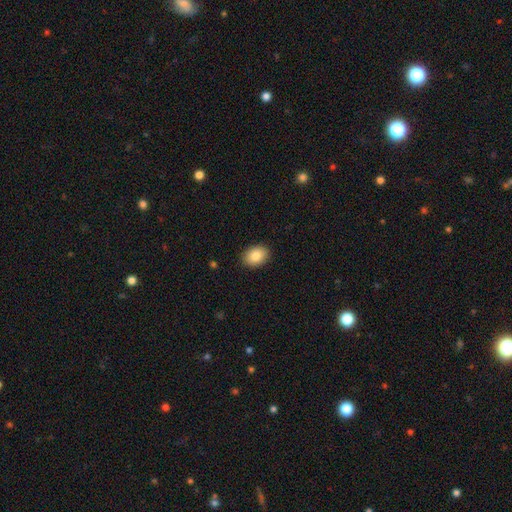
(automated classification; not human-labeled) Smooth or featured? Predicted: smooth (p=0.86). How rounded? Predicted: in between (p=0.76). Merging? Predicted: none (p=0.90).